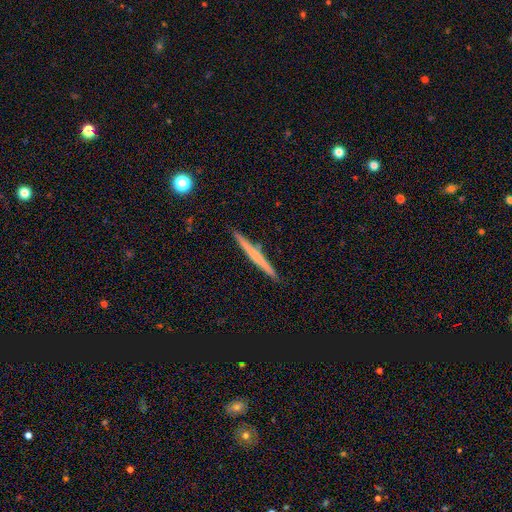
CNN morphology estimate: Smooth or featured? Predicted: featured or disk (p=0.50). Merging? Predicted: none (p=0.91).